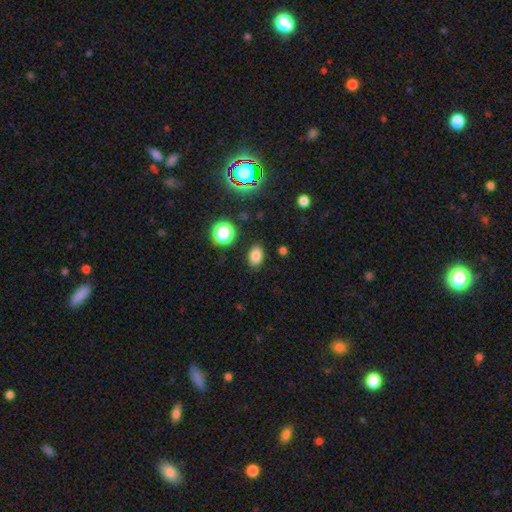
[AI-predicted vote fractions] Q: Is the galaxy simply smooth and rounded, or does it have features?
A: smooth — 80%.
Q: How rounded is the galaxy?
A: in between — 80%.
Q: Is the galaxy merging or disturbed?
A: none — 86%.